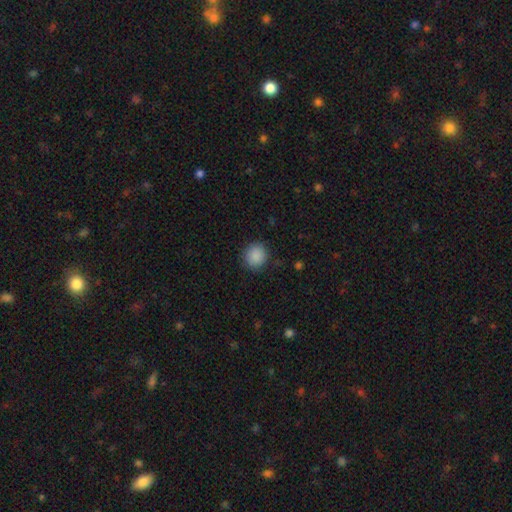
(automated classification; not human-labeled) smooth_or_featured: smooth (p=0.88) [alt: star or artifact p=0.09]
how_rounded: round (p=0.87) [alt: in between p=0.12]
merging: none (p=0.88) [alt: minor disturbance p=0.08]